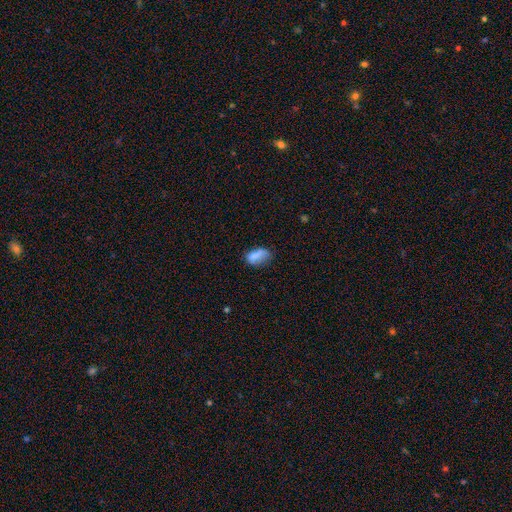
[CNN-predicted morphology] A smooth galaxy with no disk features (72%) that is in between round and cigar-shaped (87%).

Vote fractions:
- Smooth or featured? smooth: 72% / featured or disk: 17% / star or artifact: 11%
- How rounded? in between: 87% / round: 9% / cigar-shaped: 4%
- Merging? none: 42% / minor disturbance: 31% / major disturbance: 20% / merger: 7%